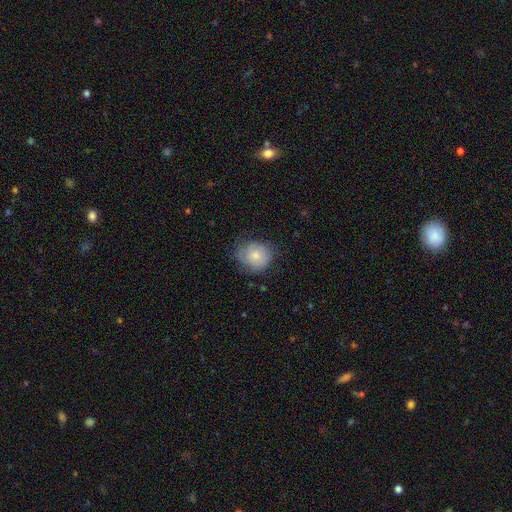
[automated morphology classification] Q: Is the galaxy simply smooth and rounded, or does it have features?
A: smooth — 71%.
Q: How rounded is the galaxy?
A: round — 74%.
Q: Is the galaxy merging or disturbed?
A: none — 60%.